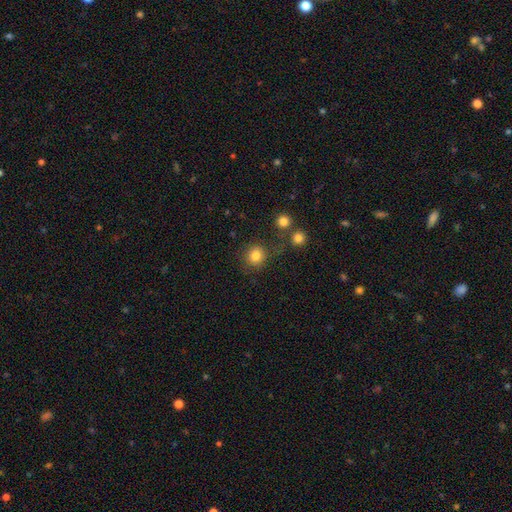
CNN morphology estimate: Smooth or featured? smooth (83%)
How rounded? round (89%)
Merging? none (74%)